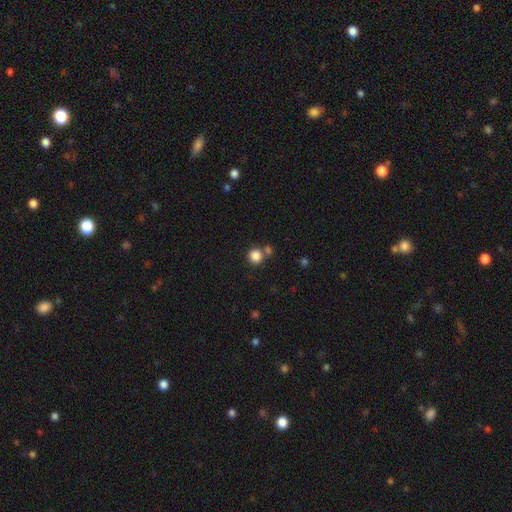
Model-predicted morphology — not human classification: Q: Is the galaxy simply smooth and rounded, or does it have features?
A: smooth — 85%.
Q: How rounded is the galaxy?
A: round — 92%.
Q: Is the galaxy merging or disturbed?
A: none — 66%.